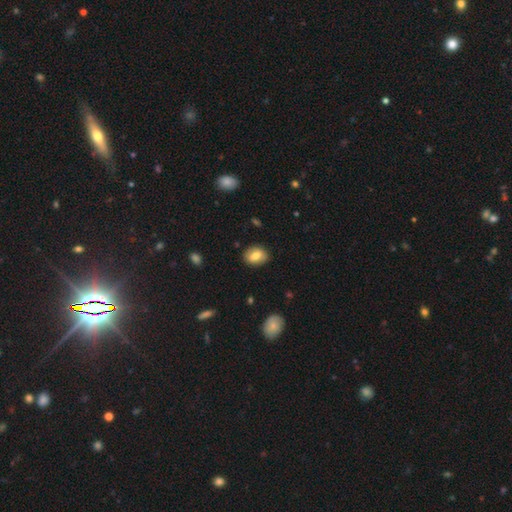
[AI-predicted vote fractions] smooth 75%, featured or disk 17%, star or artifact 8%. Down the decision tree: how rounded — in between (63%); merging — none (84%).